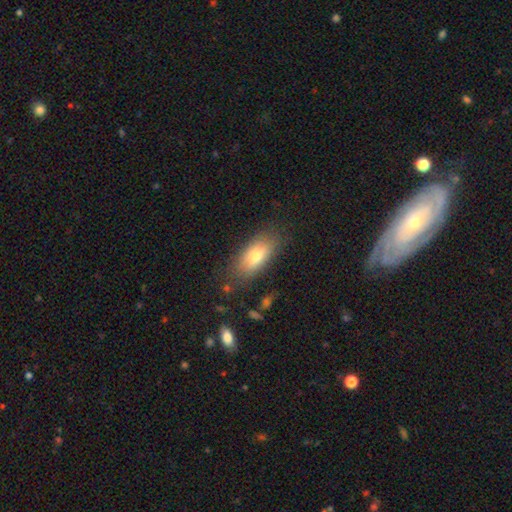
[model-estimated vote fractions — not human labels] Q: Smooth or featured?
A: smooth (74%); runner-up: featured or disk (18%)
Q: How rounded?
A: in between (84%); runner-up: cigar-shaped (12%)
Q: Merging?
A: none (77%); runner-up: minor disturbance (15%)